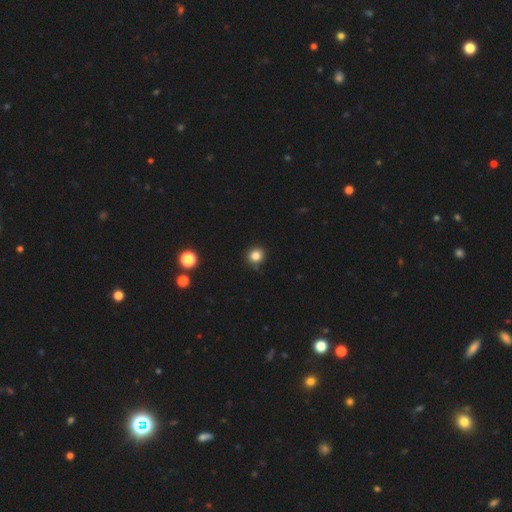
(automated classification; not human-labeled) This appears to be a smooth galaxy with no disk features (84%) that is round (92%). Merging: none (89%).